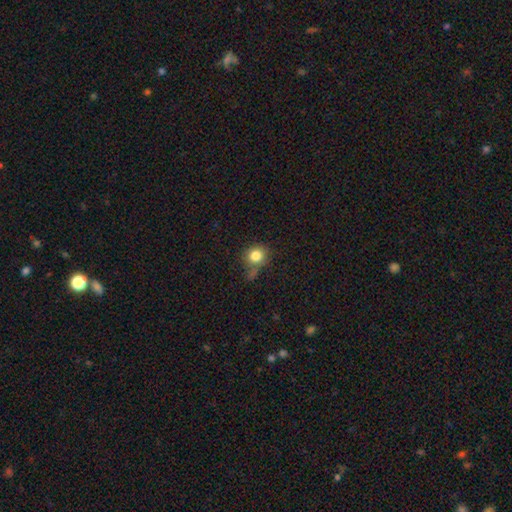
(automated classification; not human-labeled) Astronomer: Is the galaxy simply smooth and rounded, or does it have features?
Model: smooth — 82%.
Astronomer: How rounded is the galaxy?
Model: round — 79%.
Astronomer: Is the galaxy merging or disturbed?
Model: none — 59%.